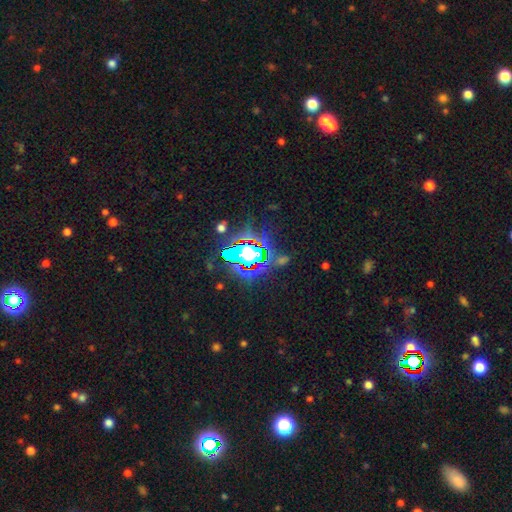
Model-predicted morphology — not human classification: This appears to be a star or artifact, not a galaxy (83%).